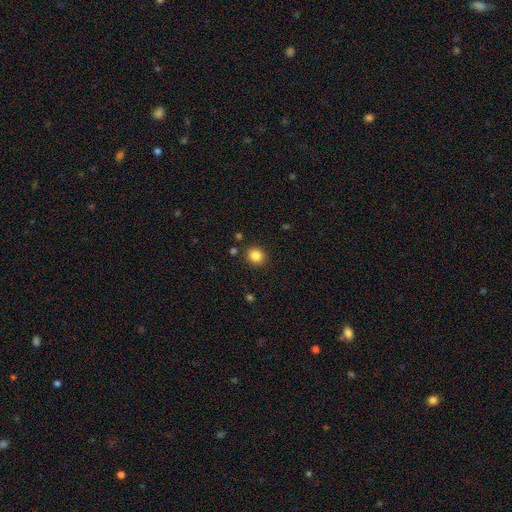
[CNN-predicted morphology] smooth_or_featured: smooth (p=0.84) [alt: star or artifact p=0.11]
how_rounded: round (p=0.83) [alt: in between p=0.16]
merging: none (p=0.89) [alt: minor disturbance p=0.07]